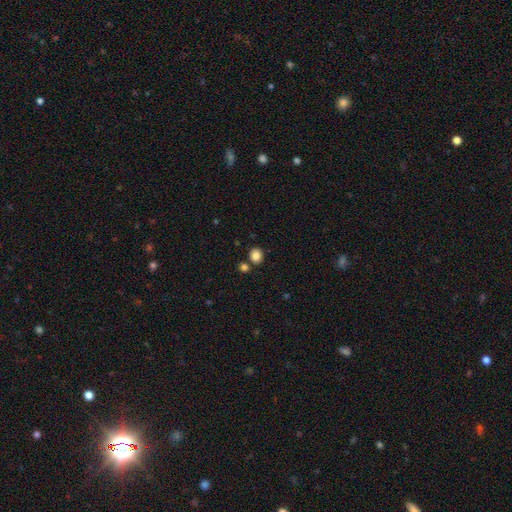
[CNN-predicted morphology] Overall: smooth (86%). How rounded: round (68%; in between 31%). Merging: none (78%).